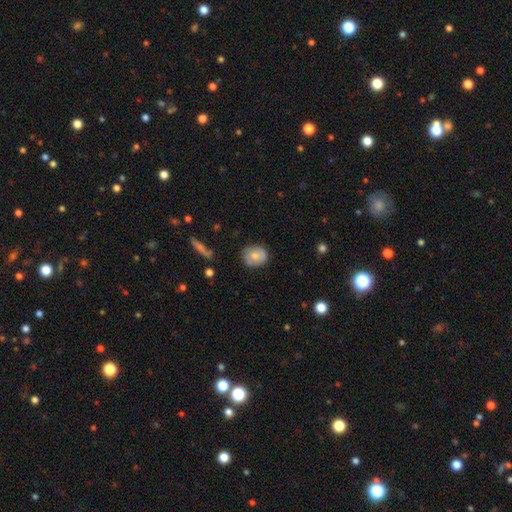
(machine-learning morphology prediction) smooth_or_featured: smooth (p=0.70) [alt: featured or disk p=0.22]
how_rounded: round (p=0.69) [alt: in between p=0.30]
merging: none (p=0.72) [alt: minor disturbance p=0.20]